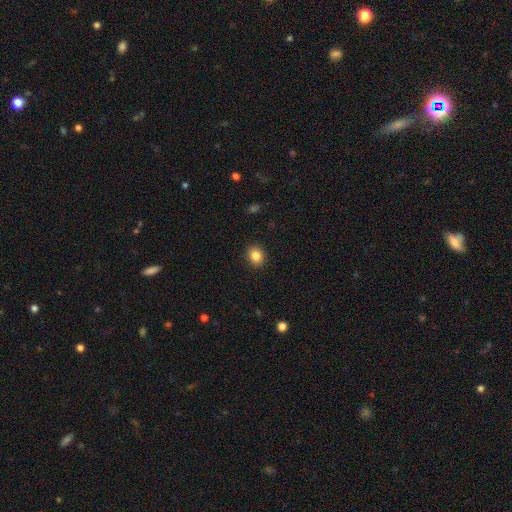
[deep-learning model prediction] Smooth or featured? smooth (85%)
How rounded? round (70%)
Merging? none (91%)